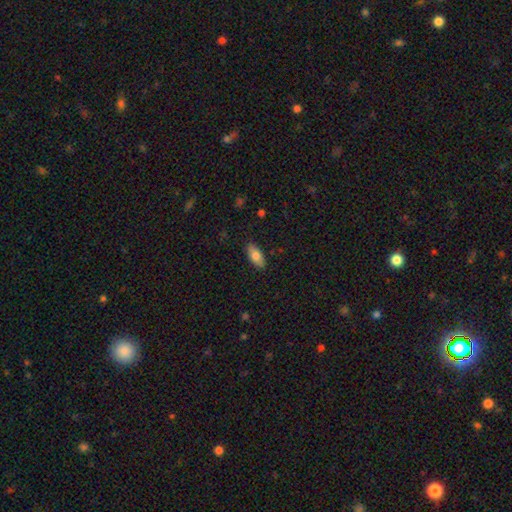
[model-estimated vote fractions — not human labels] This appears to be a smooth galaxy with no disk features (77%) that is in between round and cigar-shaped (84%). Merging: none (88%).